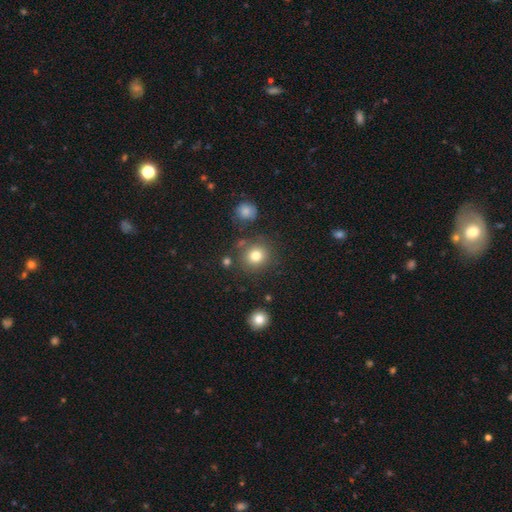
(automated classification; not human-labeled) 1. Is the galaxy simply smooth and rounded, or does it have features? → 79% smooth, 13% star or artifact, 7% featured or disk.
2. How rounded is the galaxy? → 88% round, 11% in between, 1% cigar-shaped.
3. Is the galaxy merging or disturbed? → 81% none, 10% minor disturbance, 6% merger, 4% major disturbance.